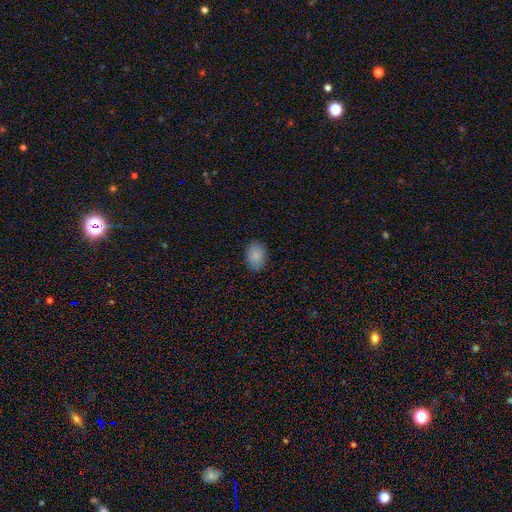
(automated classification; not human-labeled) Q: Smooth or featured?
A: smooth (86%); runner-up: star or artifact (8%)
Q: How rounded?
A: in between (71%); runner-up: round (28%)
Q: Merging?
A: none (87%); runner-up: minor disturbance (10%)